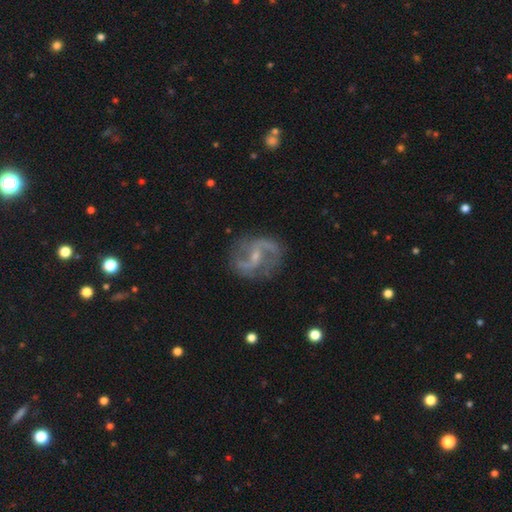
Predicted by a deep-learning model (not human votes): This is clearly a featured or disk galaxy (89%). It is clearly not viewed edge-on (98%). Bar: possibly weak (50%). Spiral arm pattern: clearly yes (96%). Spiral arm count: clearly 2 (92%). Spiral winding: possibly loose (47%). Central bulge: likely small (69%). Merging: clearly none (80%).